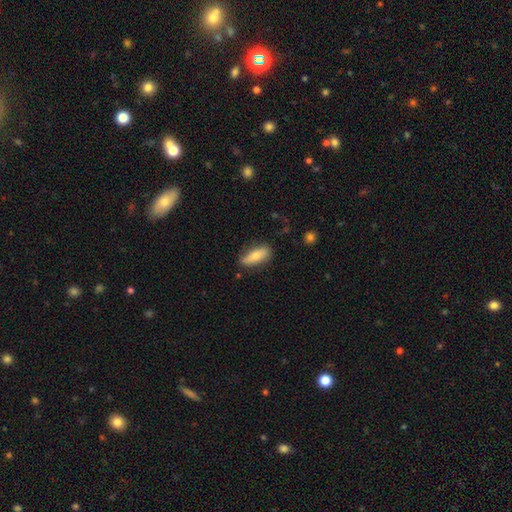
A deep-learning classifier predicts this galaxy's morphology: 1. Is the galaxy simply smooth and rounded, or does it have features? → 69% smooth, 25% featured or disk, 6% star or artifact.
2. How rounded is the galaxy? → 67% in between, 31% cigar-shaped, 3% round.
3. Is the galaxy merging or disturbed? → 76% none, 18% minor disturbance, 4% major disturbance, 2% merger.